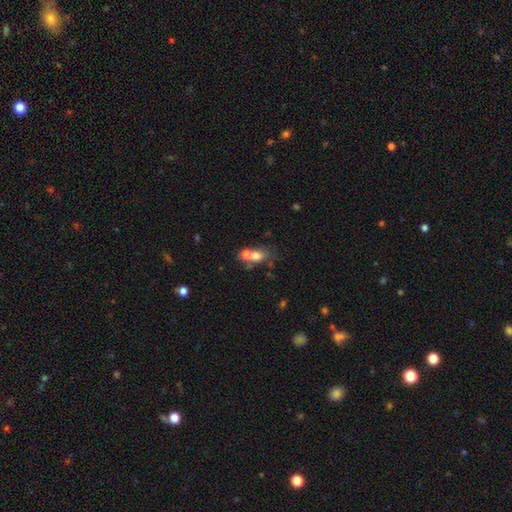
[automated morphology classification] This appears to be a smooth galaxy with no disk features (69%) that is in between round and cigar-shaped (50%). Merging: merger (58%).